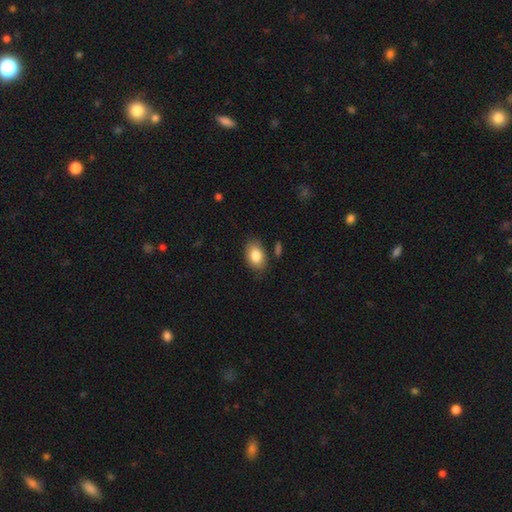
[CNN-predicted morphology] This is clearly a smooth galaxy (84%). How rounded: clearly in between (86%). Merging: likely none (79%).